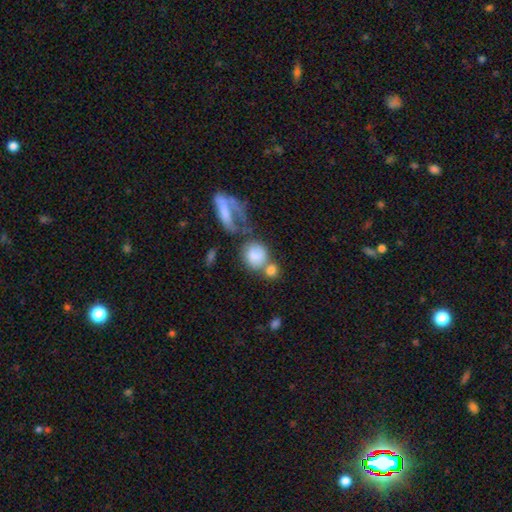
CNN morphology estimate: smooth 79%, featured or disk 13%, star or artifact 8%. Down the decision tree: how rounded — round (69%); merging — merger (47%).